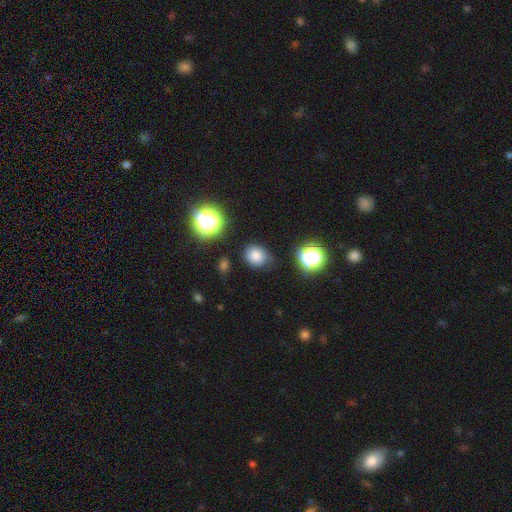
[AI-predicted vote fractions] The model was most divided on "how rounded": round: 67%, in between: 32%, cigar-shaped: 1%. More confident: smooth or featured — smooth (79%); merging — none (78%).